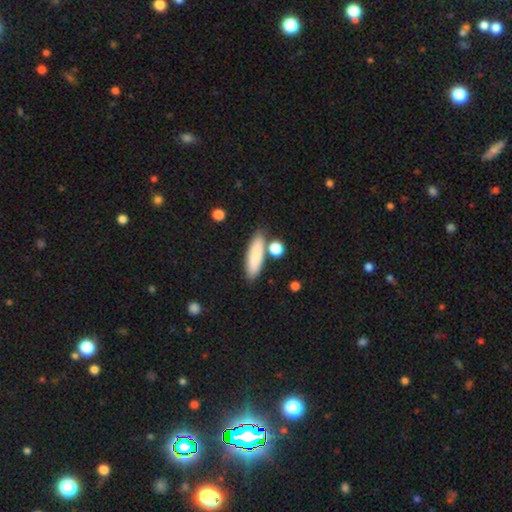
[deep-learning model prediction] Overall: smooth (84%). How rounded: cigar-shaped (58%; in between 39%). Merging: none (75%).